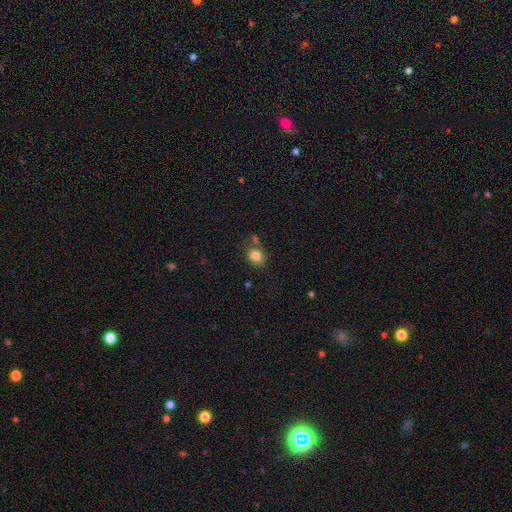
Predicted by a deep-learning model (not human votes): Smooth or featured: smooth — 83% (star or artifact — 10%)
How rounded: round — 52% (in between — 47%)
Merging: none — 69% (minor disturbance — 15%)